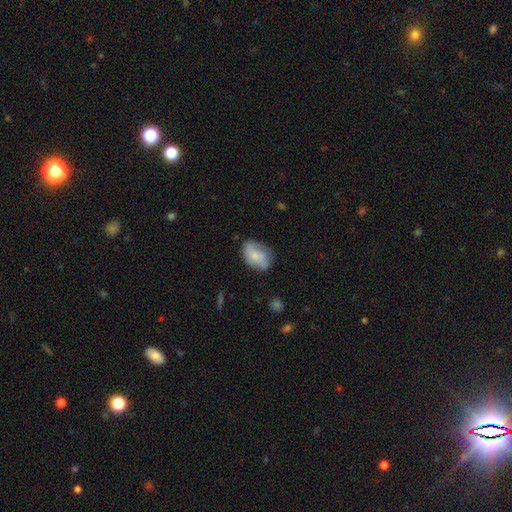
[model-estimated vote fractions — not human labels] smooth_or_featured: smooth (p=0.68) [alt: featured or disk p=0.25]
how_rounded: in between (p=0.83) [alt: round p=0.16]
merging: none (p=0.66) [alt: minor disturbance p=0.25]